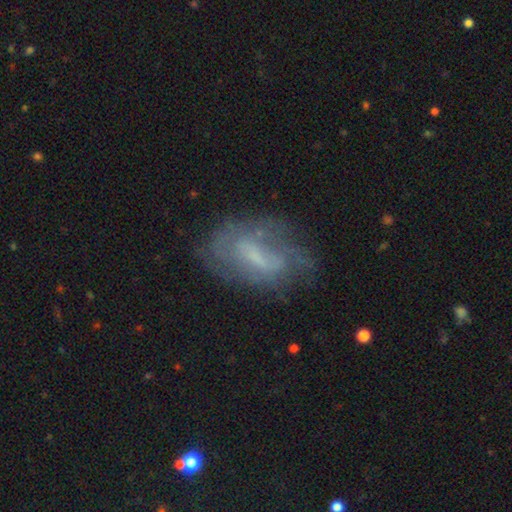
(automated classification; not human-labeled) smooth-or-featured: featured or disk: 62% | smooth: 28% | star or artifact: 10%
  disk-edge-on: no: 94% | yes: 6%
    bar: weak: 47% | no: 29% | strong: 24%
    has-spiral-arms: yes: 65% | no: 35%
    bulge-size: small: 35% | none: 33% | moderate: 25% | large: 5% | dominant: 1%
  merging: none: 56% | minor disturbance: 24% | major disturbance: 17% | merger: 3%